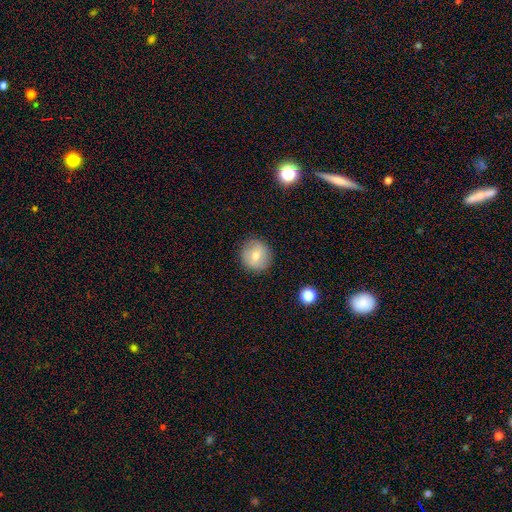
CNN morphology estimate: smooth_or_featured: smooth (p=0.67) [alt: featured or disk p=0.24]
how_rounded: round (p=0.91) [alt: in between p=0.08]
merging: none (p=0.88) [alt: minor disturbance p=0.08]